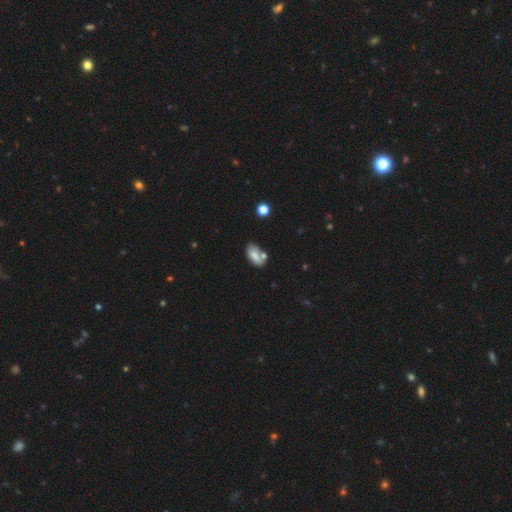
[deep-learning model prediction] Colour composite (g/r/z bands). It shows a smooth galaxy with no disk features (76%) that is in between round and cigar-shaped (91%). Merging: none (56%).